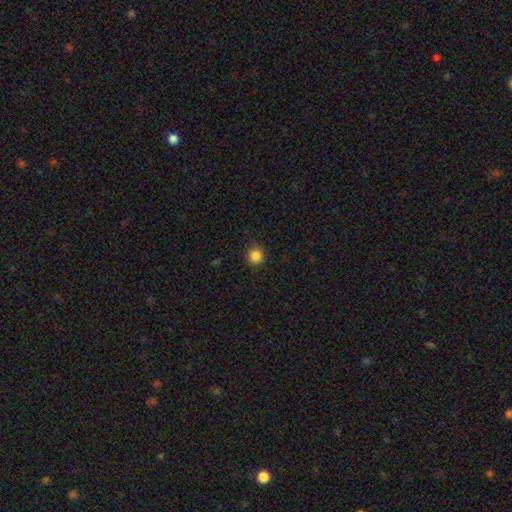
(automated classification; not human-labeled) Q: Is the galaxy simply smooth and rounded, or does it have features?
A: smooth — 85%.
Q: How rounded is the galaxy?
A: round — 93%.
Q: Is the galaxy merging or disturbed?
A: none — 90%.